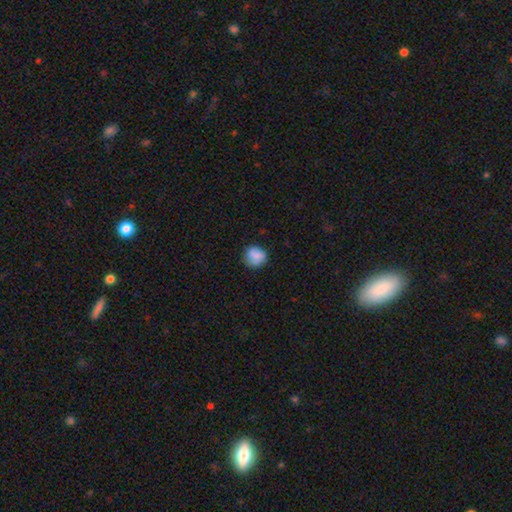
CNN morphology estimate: The model was most divided on "merging": none: 73%, minor disturbance: 20%, major disturbance: 5%, merger: 2%. More confident: smooth or featured — smooth (84%); how rounded — round (81%).